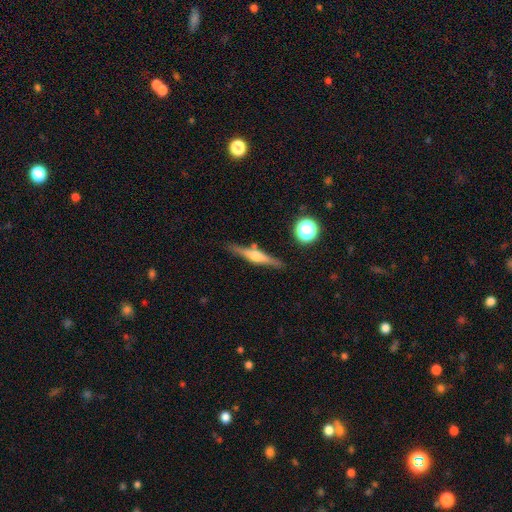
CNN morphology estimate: Overall: featured or disk (70%). Edge-on disk: yes (97%). Edge-on bulge: rounded (88%). Merging: none (84%).